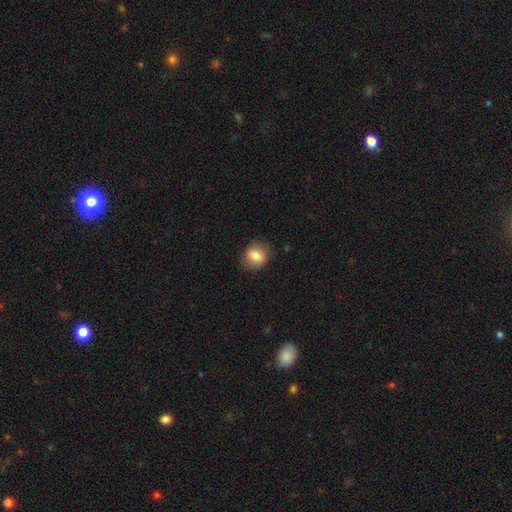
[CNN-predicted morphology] Smooth or featured?
  - smooth: 81% *
  - featured or disk: 11%
  - star or artifact: 9%
How rounded?
  - round: 66% *
  - in between: 33%
  - cigar-shaped: 1%
Merging?
  - none: 83% *
  - minor disturbance: 13%
  - major disturbance: 4%
  - merger: 1%